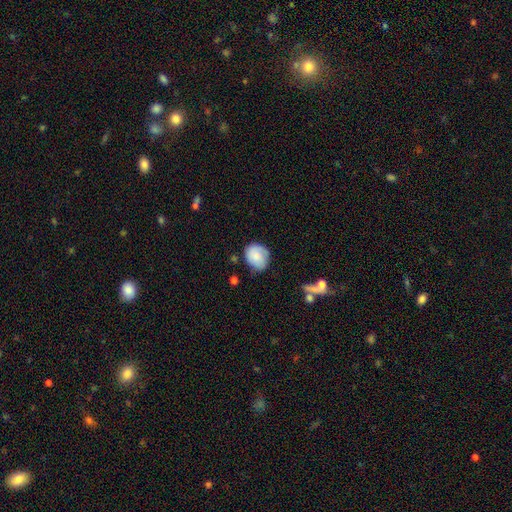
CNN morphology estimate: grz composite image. It shows a smooth galaxy with no disk features (78%) that is round (61%). Merging: none (64%).